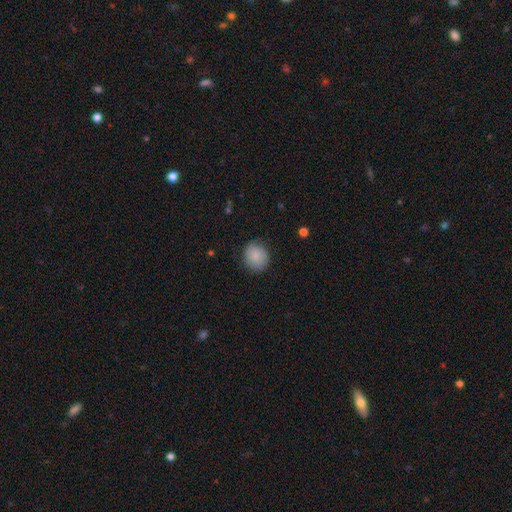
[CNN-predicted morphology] type=smooth (83%); roundness=round (76%); merging=none (81%).